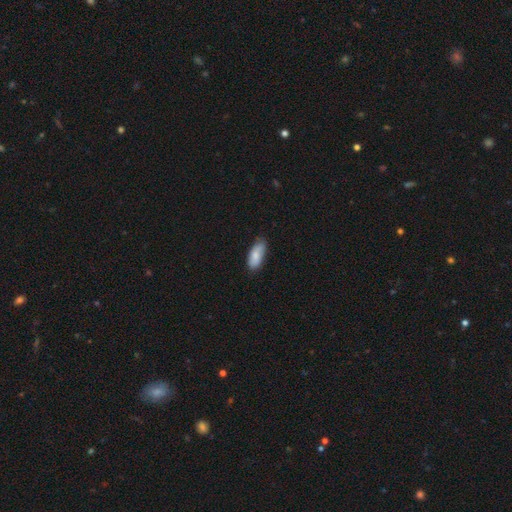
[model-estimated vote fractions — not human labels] Overall: smooth (82%). How rounded: in between (83%). Merging: none (73%).